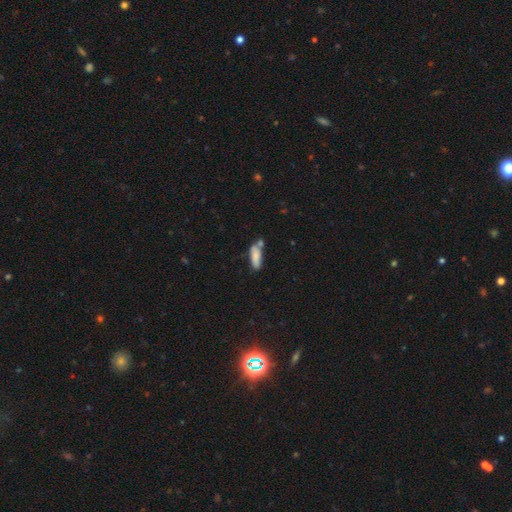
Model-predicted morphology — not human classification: A smooth galaxy with no disk features (80%) that is in between round and cigar-shaped (54%). Merging: none (51%).